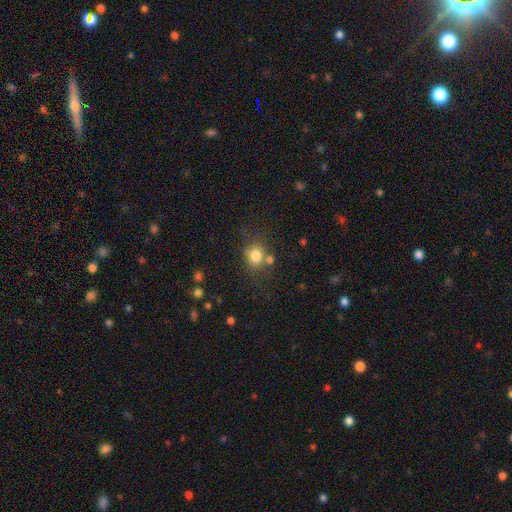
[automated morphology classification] Overall: smooth (79%). How rounded: round (62%; in between 37%). Merging: none (64%).